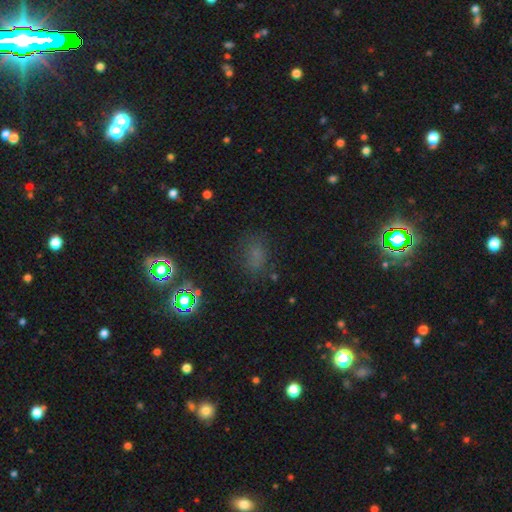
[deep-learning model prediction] smooth 60%, star or artifact 31%, featured or disk 9%. Down the decision tree: how rounded — in between (68%); merging — none (72%).